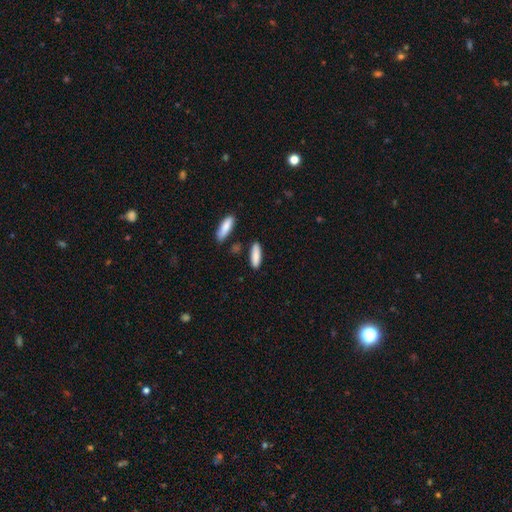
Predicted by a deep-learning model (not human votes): Smooth or featured?
  - smooth: 87% *
  - featured or disk: 7%
  - star or artifact: 6%
How rounded?
  - cigar-shaped: 57% *
  - in between: 41%
  - round: 2%
Merging?
  - none: 83% *
  - minor disturbance: 11%
  - merger: 4%
  - major disturbance: 2%